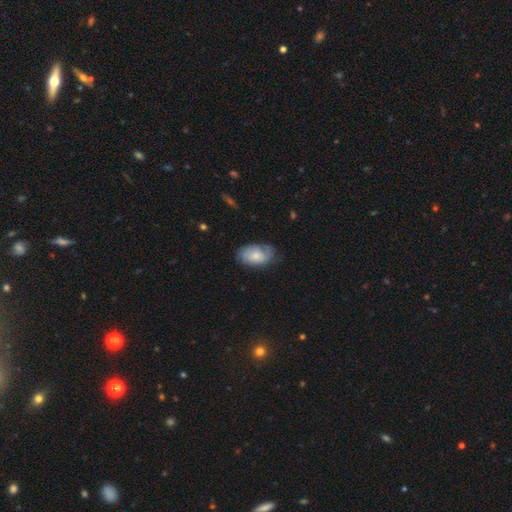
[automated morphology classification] Smooth or featured?
  - smooth: 60% *
  - featured or disk: 34%
  - star or artifact: 6%
How rounded?
  - in between: 91% *
  - round: 7%
  - cigar-shaped: 2%
Merging?
  - none: 58% *
  - minor disturbance: 30%
  - major disturbance: 10%
  - merger: 2%